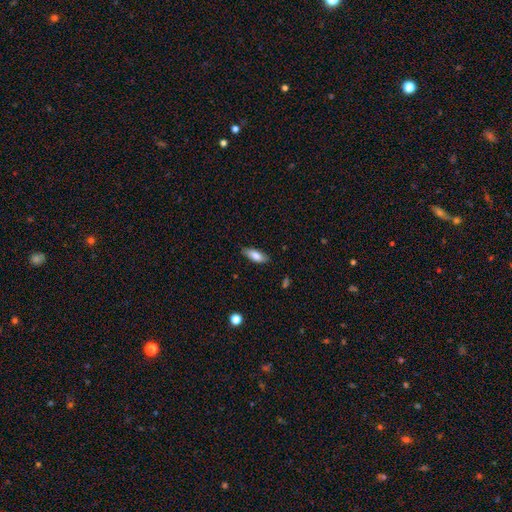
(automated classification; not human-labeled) Overall: smooth (81%). How rounded: in between (71%). Merging: none (82%).